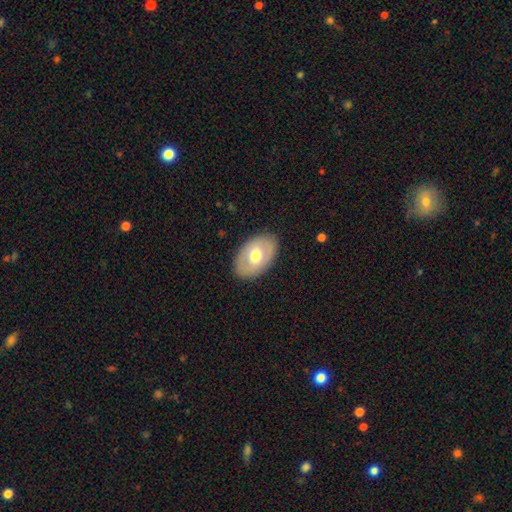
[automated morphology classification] Q: Smooth or featured?
A: smooth (56%); runner-up: featured or disk (38%)
Q: How rounded?
A: in between (86%); runner-up: round (13%)
Q: Merging?
A: none (86%); runner-up: minor disturbance (10%)